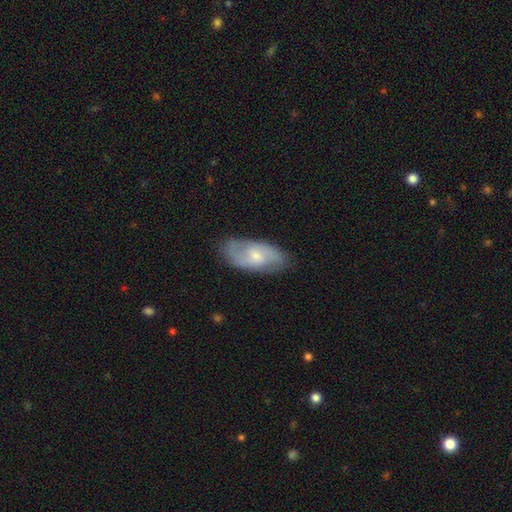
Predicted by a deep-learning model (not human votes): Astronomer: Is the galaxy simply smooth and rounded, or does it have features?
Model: featured or disk — 57% (runner-up: smooth, 37%).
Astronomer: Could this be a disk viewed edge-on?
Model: no — 92%.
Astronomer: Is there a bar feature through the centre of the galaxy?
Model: no — 54% (runner-up: weak, 40%).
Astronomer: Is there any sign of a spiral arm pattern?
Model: yes — 83%.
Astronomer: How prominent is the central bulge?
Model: small — 51% (runner-up: moderate, 41%).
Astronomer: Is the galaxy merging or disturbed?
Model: none — 78%.